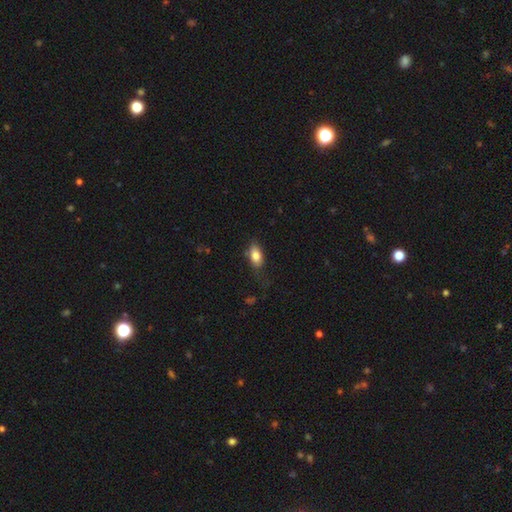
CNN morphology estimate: smooth-or-featured: smooth: 81% | featured or disk: 11% | star or artifact: 8%
  how-rounded: in between: 88% | round: 7% | cigar-shaped: 5%
  merging: none: 63% | minor disturbance: 25% | major disturbance: 9% | merger: 2%